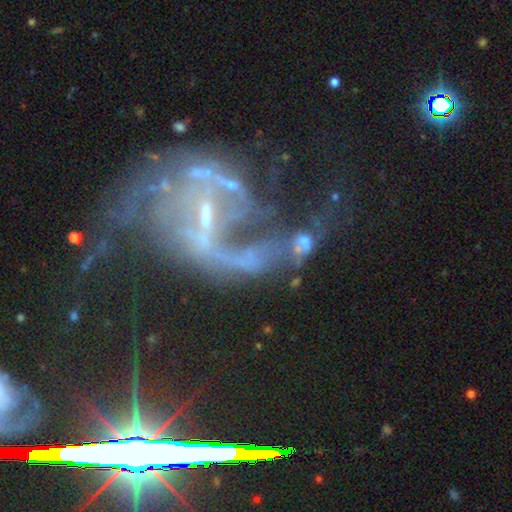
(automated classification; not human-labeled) The model was most divided on "bar": strong: 40%, weak: 37%, no: 22%. Remaining: edge-on disk — no (96%); spiral arms — yes (93%); smooth or featured — featured or disk (84%); spiral arm count — 2 (79%); bulge size — small (74%); spiral winding — loose (53%); merging — none (41%).